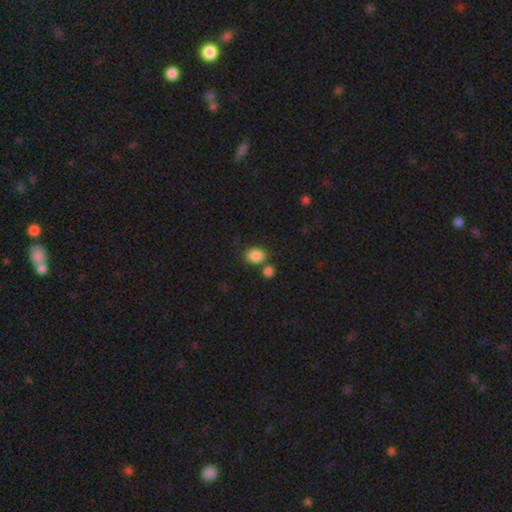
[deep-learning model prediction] Smooth or featured?
  - smooth: 86% *
  - star or artifact: 9%
  - featured or disk: 4%
How rounded?
  - in between: 51% *
  - round: 48%
  - cigar-shaped: 1%
Merging?
  - none: 65% *
  - merger: 19%
  - minor disturbance: 12%
  - major disturbance: 4%